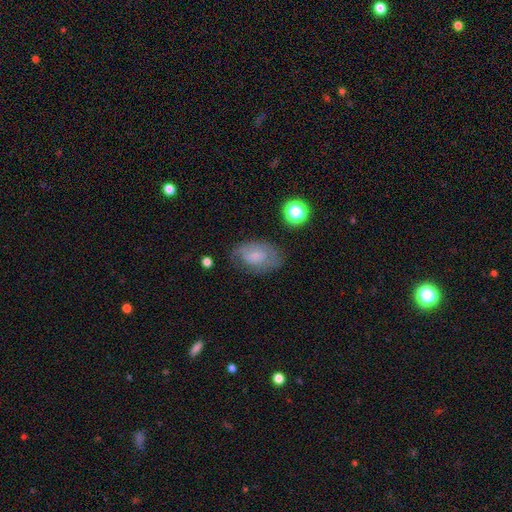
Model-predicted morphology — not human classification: Q: Smooth or featured?
A: smooth (51%); runner-up: featured or disk (39%)
Q: How rounded?
A: in between (87%); runner-up: round (12%)
Q: Merging?
A: none (62%); runner-up: minor disturbance (24%)